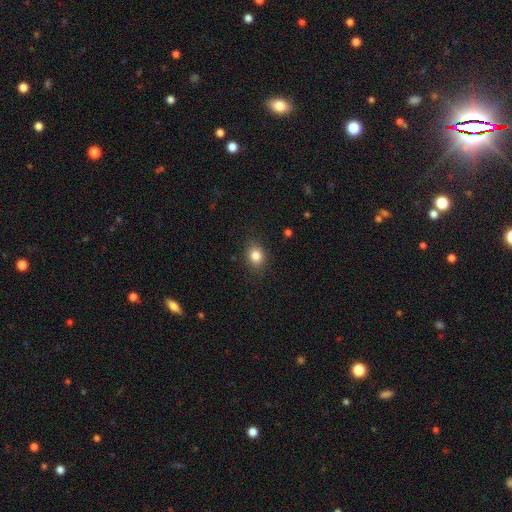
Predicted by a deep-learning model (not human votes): smooth_or_featured: smooth (p=0.84) [alt: star or artifact p=0.10]
how_rounded: in between (p=0.50) [alt: round p=0.49]
merging: none (p=0.86) [alt: minor disturbance p=0.10]